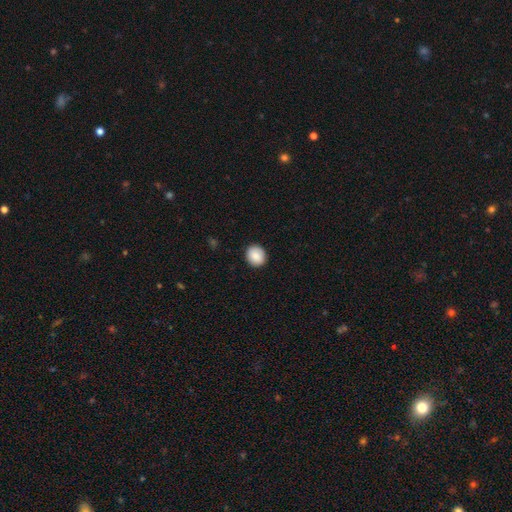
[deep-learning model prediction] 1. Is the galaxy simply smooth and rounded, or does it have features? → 89% smooth, 7% star or artifact, 4% featured or disk.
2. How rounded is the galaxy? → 79% round, 20% in between, 1% cigar-shaped.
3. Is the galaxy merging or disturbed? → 91% none, 6% minor disturbance, 2% major disturbance, 1% merger.